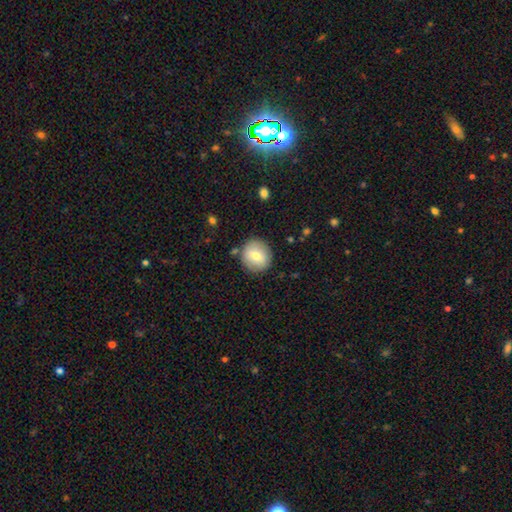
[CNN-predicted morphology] Smooth or featured: smooth — 73% (featured or disk — 19%)
How rounded: round — 87% (in between — 12%)
Merging: none — 85% (minor disturbance — 10%)